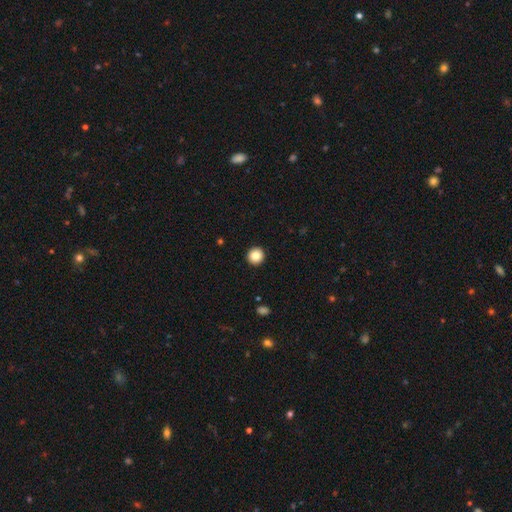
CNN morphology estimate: The model was most divided on "smooth or featured": smooth: 85%, star or artifact: 9%, featured or disk: 6%. More confident: how rounded — round (95%); merging — none (94%).